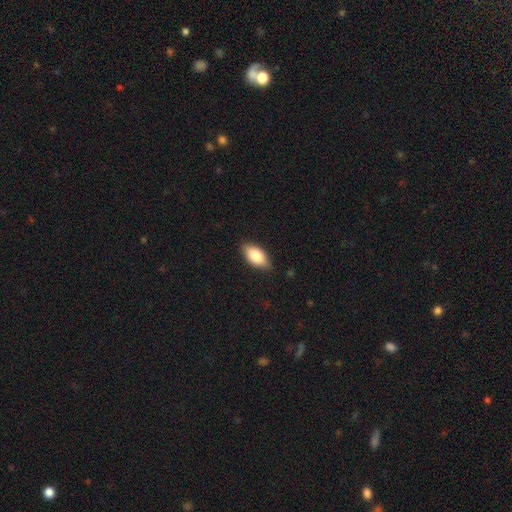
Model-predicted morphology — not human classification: The model was most divided on "merging": none: 83%, minor disturbance: 14%, major disturbance: 2%, merger: 1%. More confident: how rounded — in between (91%); smooth or featured — smooth (82%).